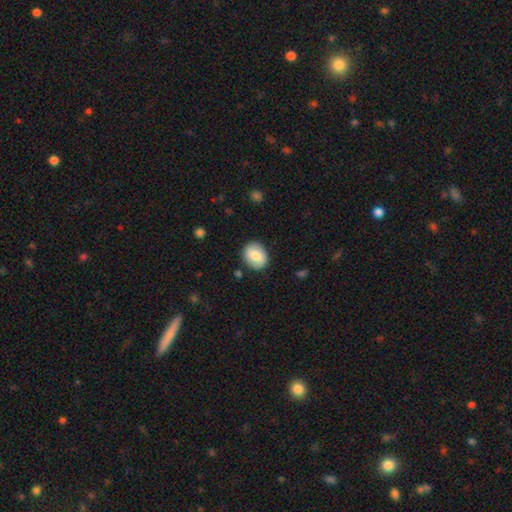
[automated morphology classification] Q: Smooth or featured?
A: smooth (76%); runner-up: featured or disk (17%)
Q: How rounded?
A: round (60%); runner-up: in between (39%)
Q: Merging?
A: none (85%); runner-up: minor disturbance (10%)